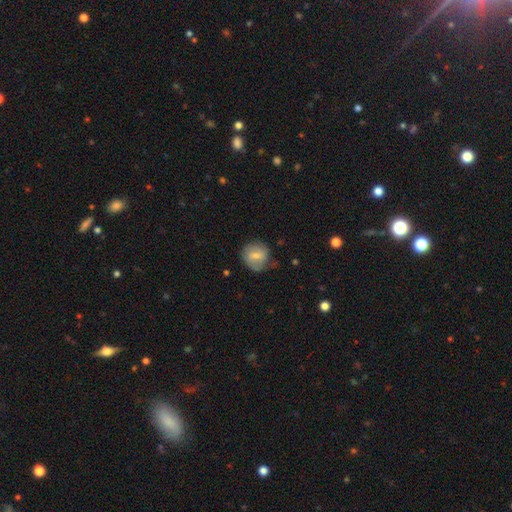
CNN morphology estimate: A smooth galaxy with no disk features (61%) that is round (81%).

Vote fractions:
- Smooth or featured? smooth: 61% / featured or disk: 32% / star or artifact: 7%
- How rounded? round: 81% / in between: 18% / cigar-shaped: 1%
- Merging? none: 65% / minor disturbance: 25% / major disturbance: 8% / merger: 2%